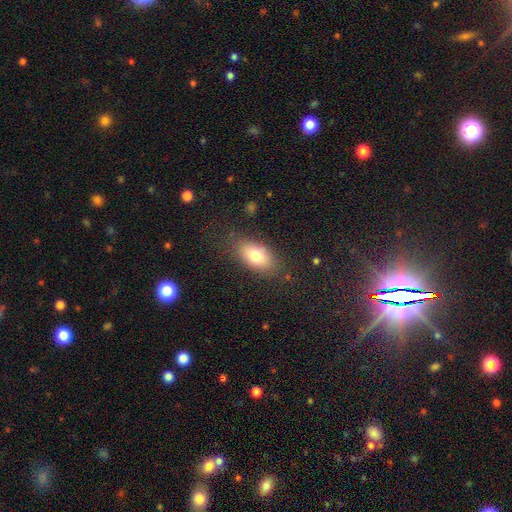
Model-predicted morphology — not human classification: Smooth or featured: smooth — 77% (featured or disk — 15%)
How rounded: in between — 89% (round — 7%)
Merging: none — 80% (minor disturbance — 13%)